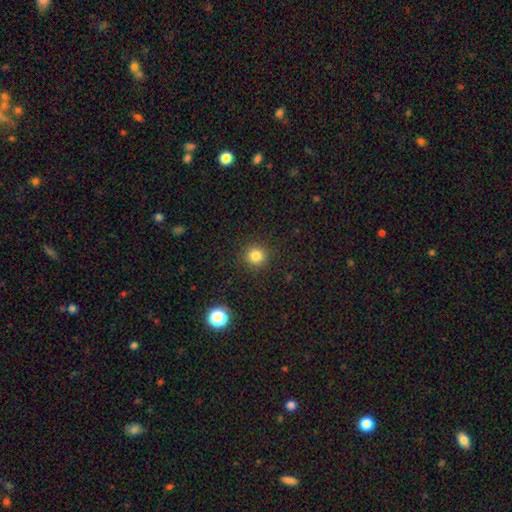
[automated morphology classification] A smooth galaxy with no disk features (83%) that is round (94%). Merging: none (91%).